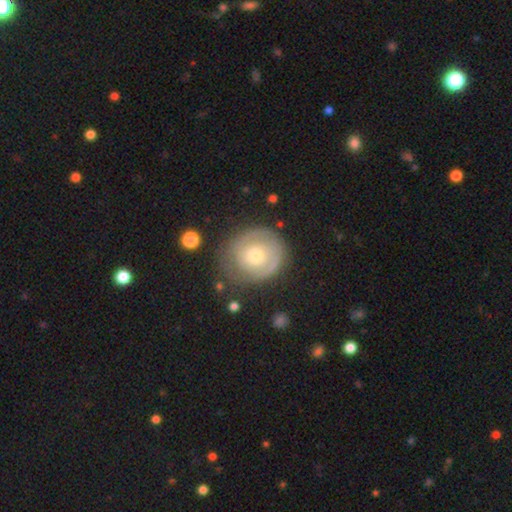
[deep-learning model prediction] smooth_or_featured: featured or disk (p=0.58) [alt: smooth p=0.35]
disk_edge_on: no (p=0.97) [alt: yes p=0.03]
bar: no (p=0.82) [alt: weak p=0.15]
has_spiral_arms: yes (p=0.64) [alt: no p=0.36]
bulge_size: moderate (p=0.53) [alt: small p=0.40]
merging: none (p=0.71) [alt: minor disturbance p=0.19]